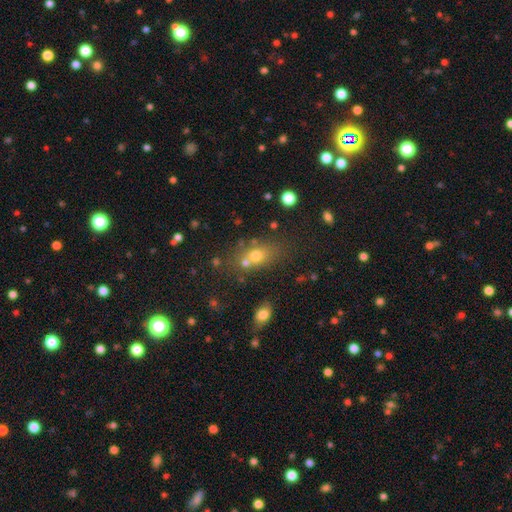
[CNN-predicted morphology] smooth-or-featured: smooth: 68% | star or artifact: 17% | featured or disk: 15%
  how-rounded: in between: 63% | round: 32% | cigar-shaped: 5%
  merging: none: 55% | merger: 25% | minor disturbance: 14% | major disturbance: 6%